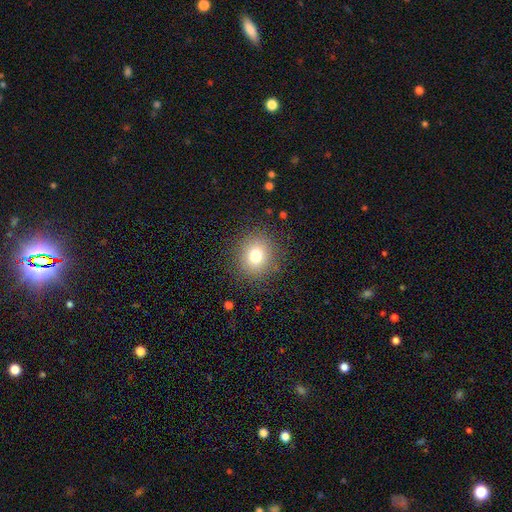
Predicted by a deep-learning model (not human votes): Smooth or featured?
  - smooth: 76% *
  - star or artifact: 14%
  - featured or disk: 10%
How rounded?
  - round: 86% *
  - in between: 13%
  - cigar-shaped: 1%
Merging?
  - none: 88% *
  - minor disturbance: 8%
  - major disturbance: 3%
  - merger: 1%